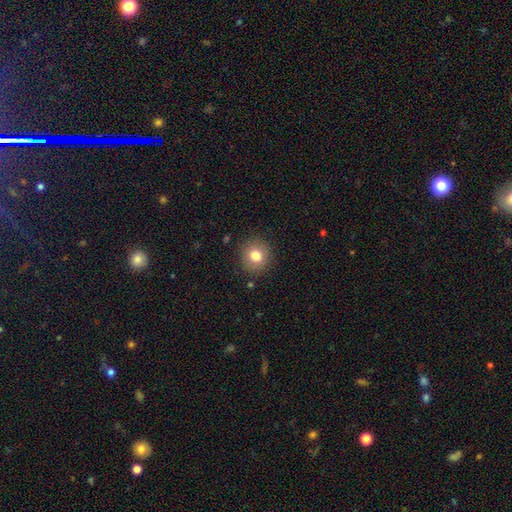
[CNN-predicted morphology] smooth_or_featured: smooth (p=0.79) [alt: featured or disk p=0.10]
how_rounded: round (p=0.87) [alt: in between p=0.12]
merging: none (p=0.88) [alt: minor disturbance p=0.08]